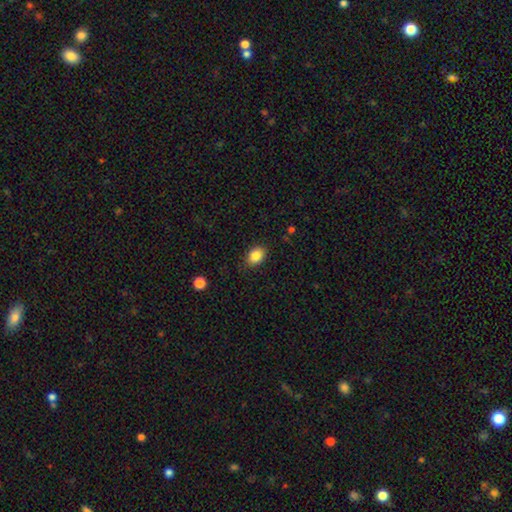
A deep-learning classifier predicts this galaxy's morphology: Overall: smooth (85%). How rounded: in between (68%; round 31%). Merging: none (85%).